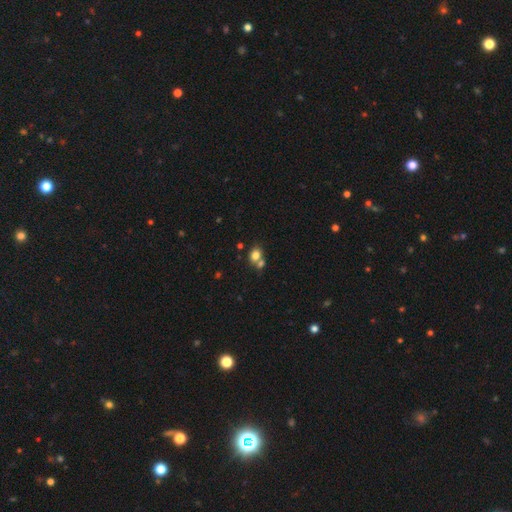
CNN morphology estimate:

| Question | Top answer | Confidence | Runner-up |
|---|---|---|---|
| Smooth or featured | smooth | 78% | star or artifact (12%) |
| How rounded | round | 52% | in between (46%) |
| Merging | none | 46% | merger (40%) |